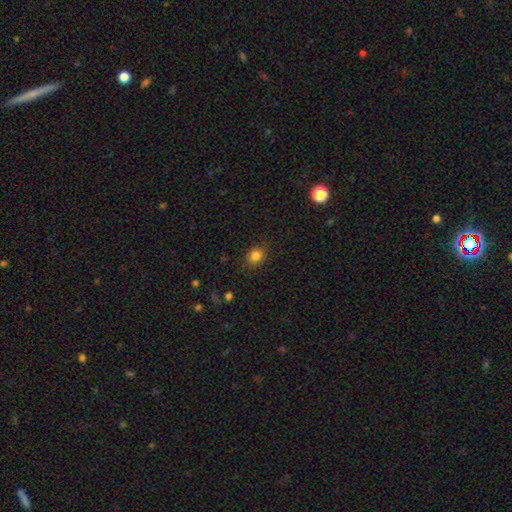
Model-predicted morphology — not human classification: type=smooth (83%); roundness=round (64%); merging=none (85%).